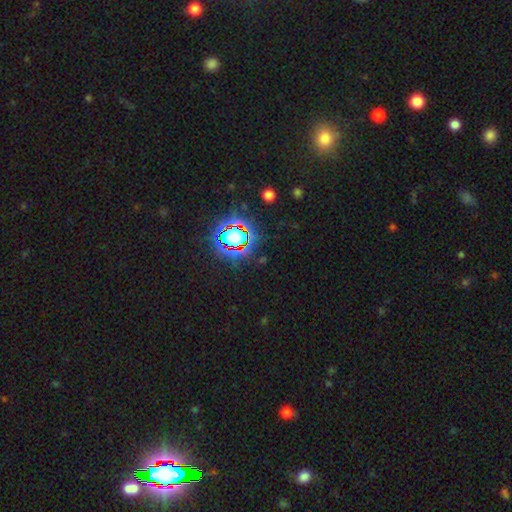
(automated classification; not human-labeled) Smooth or featured? star or artifact (81%)